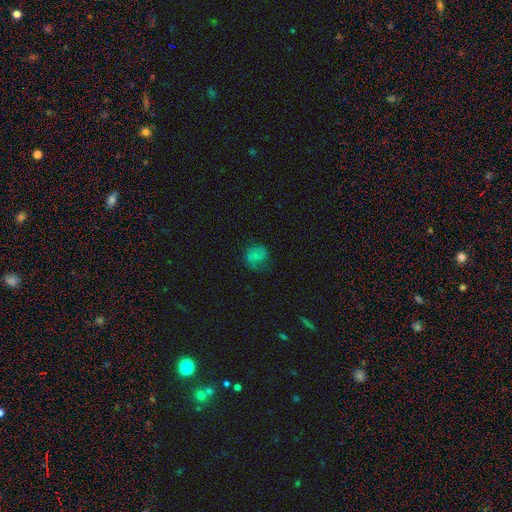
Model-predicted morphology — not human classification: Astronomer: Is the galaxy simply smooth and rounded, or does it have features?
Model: smooth — 52% (runner-up: featured or disk, 34%).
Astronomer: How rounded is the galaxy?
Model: round — 71%.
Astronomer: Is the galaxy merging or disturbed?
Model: none — 59%.